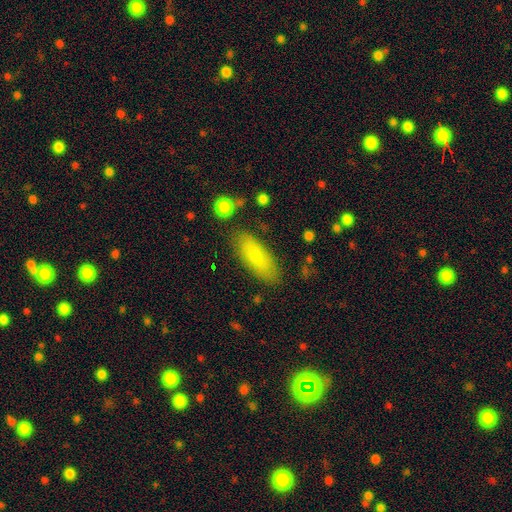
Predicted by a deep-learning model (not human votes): Morphology: type=smooth (78%); roundness=in between (72%); merging=none (81%).